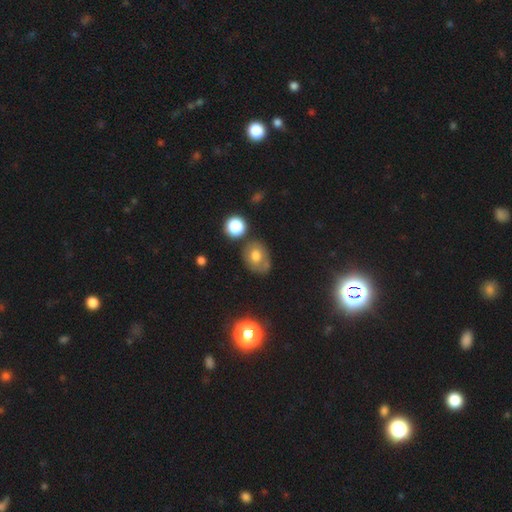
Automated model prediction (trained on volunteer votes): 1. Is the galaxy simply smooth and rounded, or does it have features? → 62% smooth, 25% featured or disk, 14% star or artifact.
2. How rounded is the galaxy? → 56% in between, 43% round, 1% cigar-shaped.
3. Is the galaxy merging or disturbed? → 62% none, 22% minor disturbance, 9% merger, 8% major disturbance.